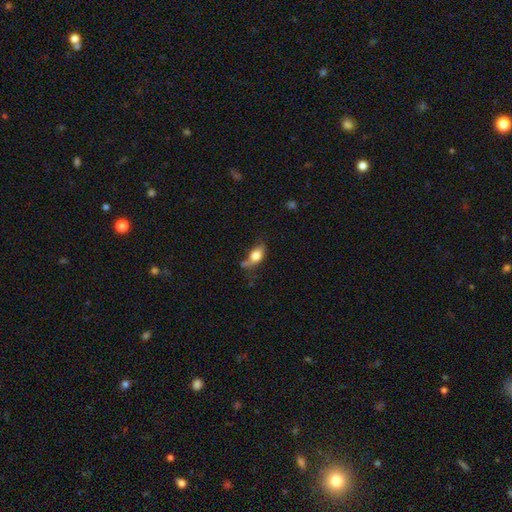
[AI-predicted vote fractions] A smooth galaxy with no disk features (69%) that is in between round and cigar-shaped (78%). Merging: none (40%).